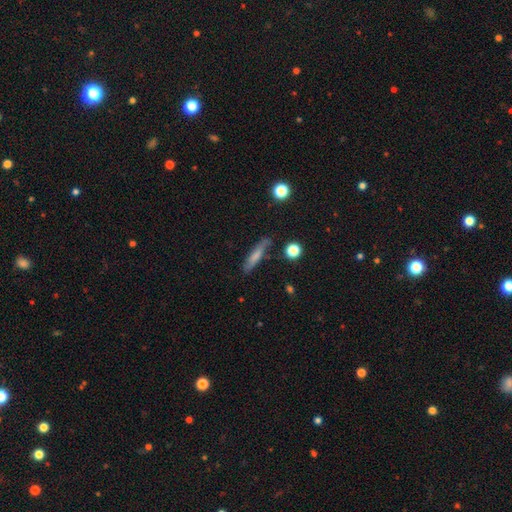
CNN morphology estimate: Smooth or featured? smooth (69%)
How rounded? cigar-shaped (85%)
Merging? none (76%)